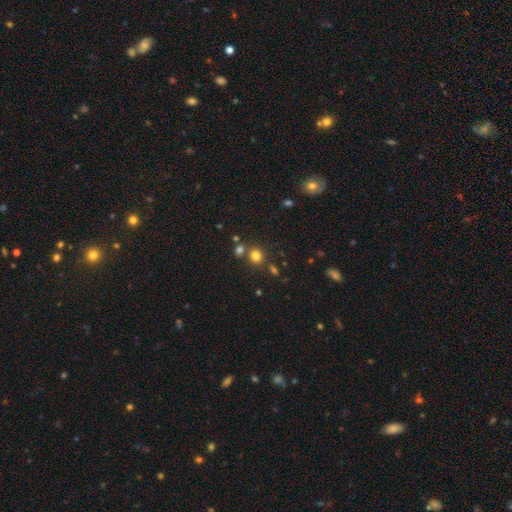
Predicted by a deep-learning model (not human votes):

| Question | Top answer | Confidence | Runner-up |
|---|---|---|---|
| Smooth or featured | smooth | 77% | star or artifact (16%) |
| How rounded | round | 83% | in between (16%) |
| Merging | none | 72% | merger (16%) |